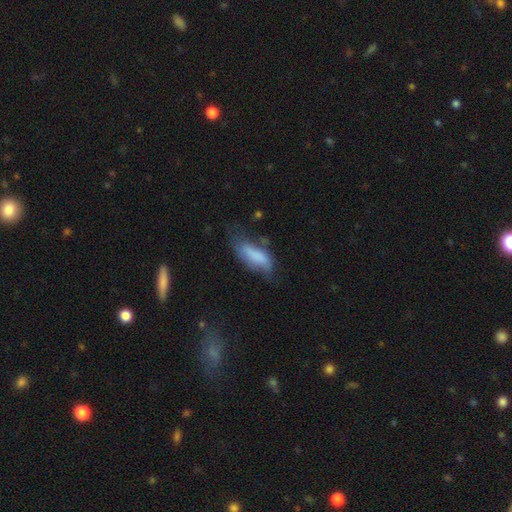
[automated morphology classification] Smooth or featured: smooth — 69% (featured or disk — 23%)
How rounded: in between — 69% (cigar-shaped — 28%)
Merging: none — 38% (minor disturbance — 34%)